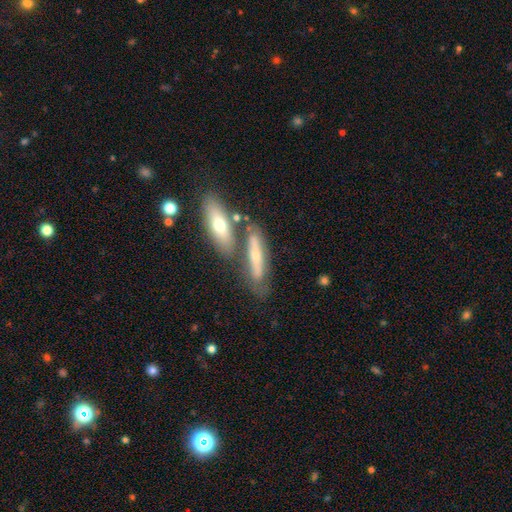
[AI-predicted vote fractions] Smooth or featured? smooth (47%)
Merging? none (55%)